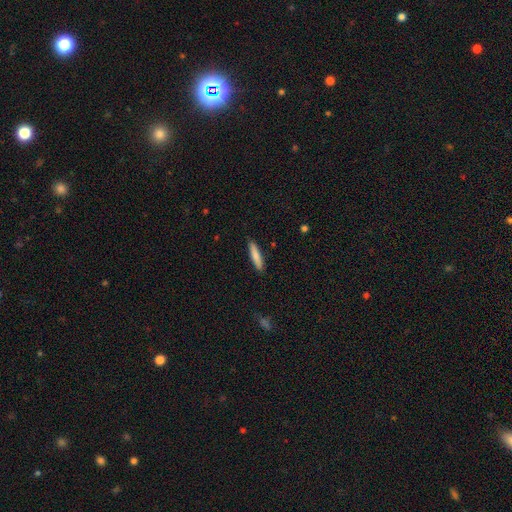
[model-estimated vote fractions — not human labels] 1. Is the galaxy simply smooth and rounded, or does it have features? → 82% smooth, 12% featured or disk, 6% star or artifact.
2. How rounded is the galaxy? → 87% cigar-shaped, 12% in between, 1% round.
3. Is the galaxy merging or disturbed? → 89% none, 8% minor disturbance, 2% major disturbance, 1% merger.